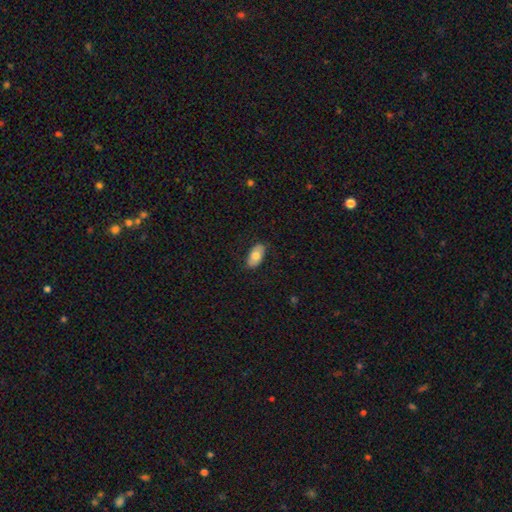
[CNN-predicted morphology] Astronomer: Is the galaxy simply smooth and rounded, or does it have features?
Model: smooth — 76%.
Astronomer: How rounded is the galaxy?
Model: in between — 94%.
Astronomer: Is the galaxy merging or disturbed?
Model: none — 83%.